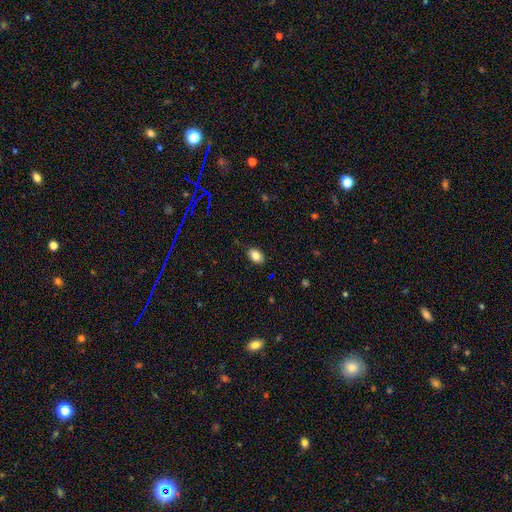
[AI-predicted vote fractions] This appears to be a smooth galaxy with no disk features (82%) that is in between round and cigar-shaped (84%). Merging: none (84%).